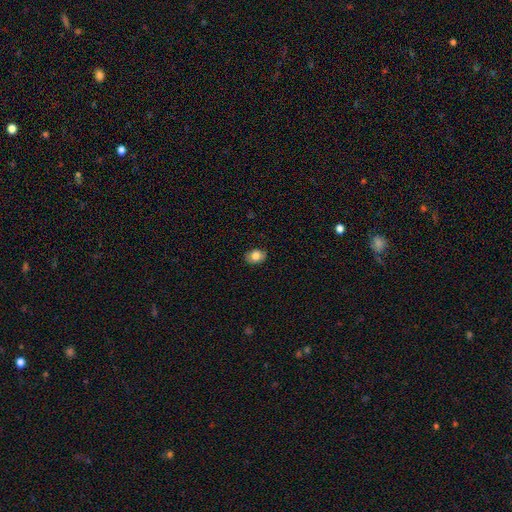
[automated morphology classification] Smooth or featured? smooth (82%)
How rounded? in between (73%)
Merging? none (81%)